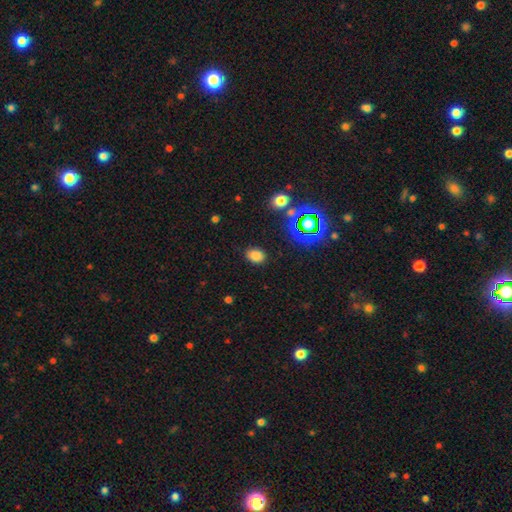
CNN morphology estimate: A smooth galaxy with no disk features (77%) that is in between round and cigar-shaped (69%). Merging: none (86%).